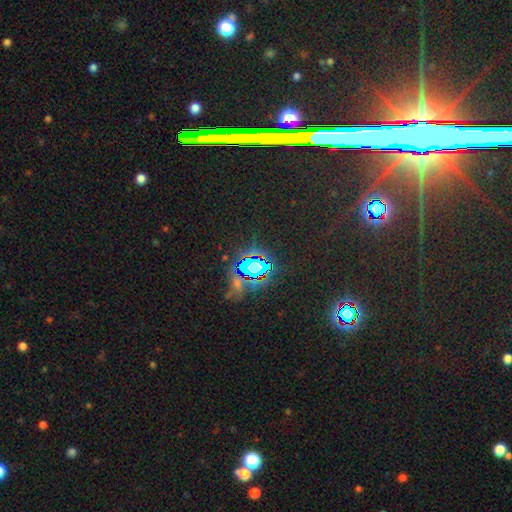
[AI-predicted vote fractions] Smooth or featured? Predicted: star or artifact (p=0.76).